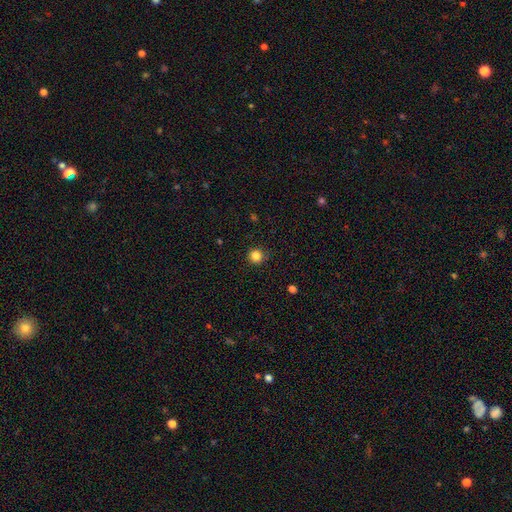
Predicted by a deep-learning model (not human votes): smooth_or_featured: smooth (p=0.85) [alt: star or artifact p=0.12]
how_rounded: round (p=0.94) [alt: in between p=0.05]
merging: none (p=0.89) [alt: minor disturbance p=0.07]